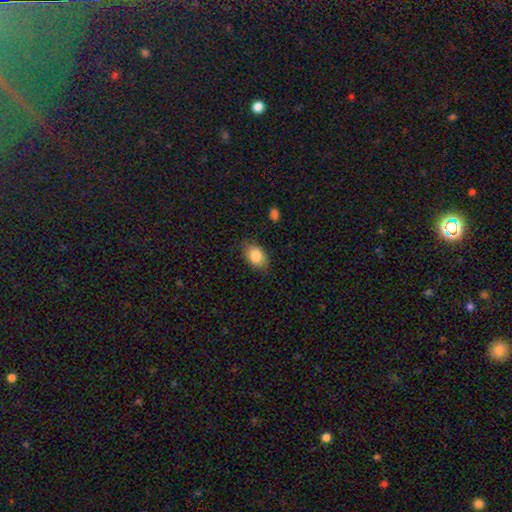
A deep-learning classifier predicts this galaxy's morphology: smooth-or-featured: smooth: 84% | featured or disk: 8% | star or artifact: 8%
  how-rounded: in between: 80% | round: 18% | cigar-shaped: 1%
  merging: none: 81% | minor disturbance: 15% | major disturbance: 3% | merger: 1%